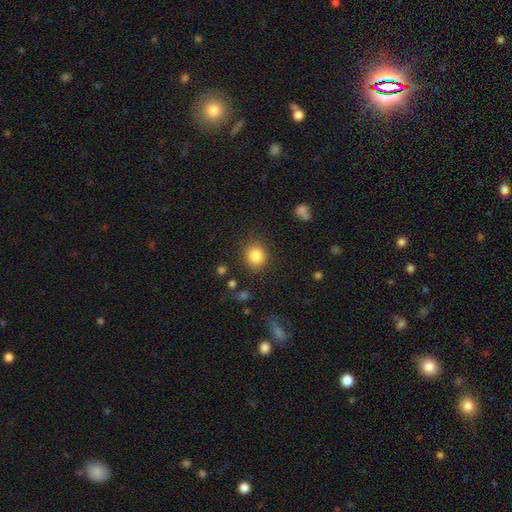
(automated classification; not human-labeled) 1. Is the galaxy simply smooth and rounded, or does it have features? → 85% smooth, 10% star or artifact, 5% featured or disk.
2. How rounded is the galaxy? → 79% round, 20% in between, 1% cigar-shaped.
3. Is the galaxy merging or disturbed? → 86% none, 9% minor disturbance, 3% major disturbance, 2% merger.